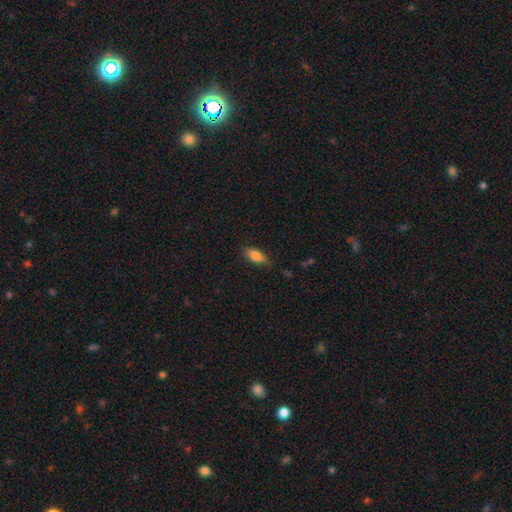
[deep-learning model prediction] Morphology: type=smooth (81%); roundness=in between (80%); merging=none (76%).